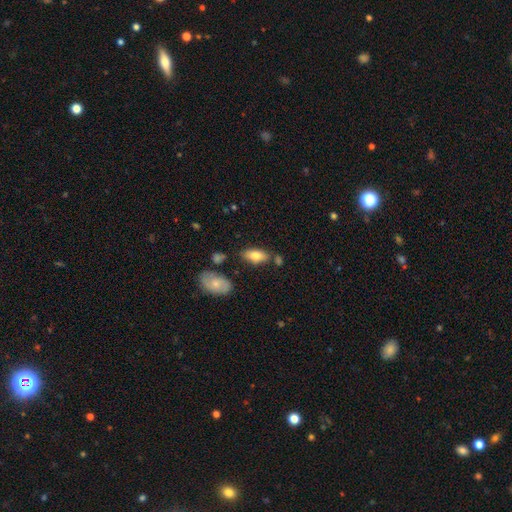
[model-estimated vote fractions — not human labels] Smooth or featured: smooth — 77% (featured or disk — 16%)
How rounded: in between — 88% (cigar-shaped — 10%)
Merging: none — 73% (minor disturbance — 16%)